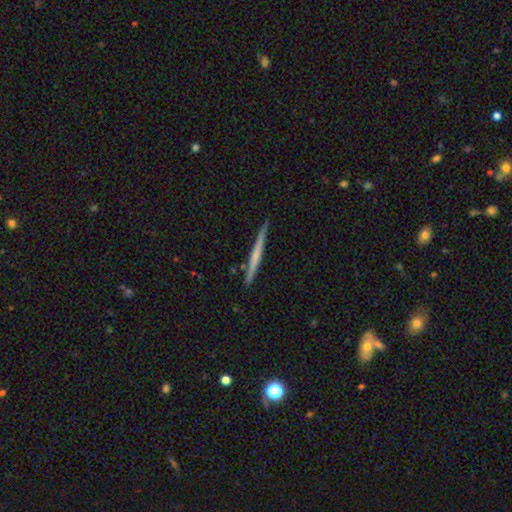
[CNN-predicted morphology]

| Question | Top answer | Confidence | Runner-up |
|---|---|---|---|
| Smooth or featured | featured or disk | 51% | smooth (44%) |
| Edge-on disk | yes | 98% | no (2%) |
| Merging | none | 90% | minor disturbance (8%) |